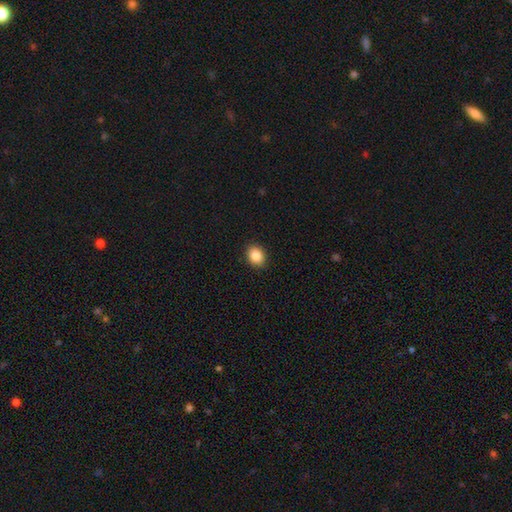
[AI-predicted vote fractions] This is clearly a smooth galaxy (87%). How rounded: possibly round (51%). Merging: clearly none (91%).